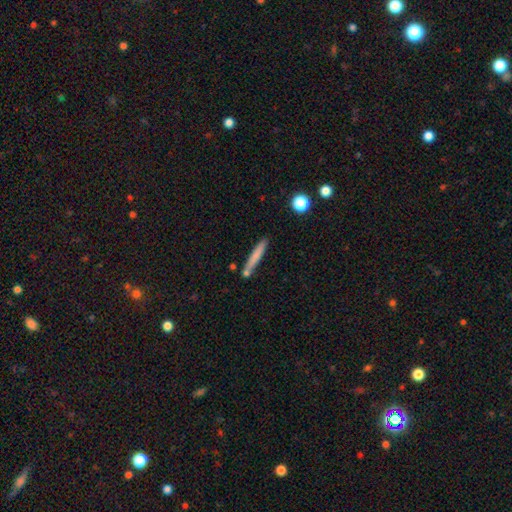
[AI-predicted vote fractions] Morphology: type=smooth (71%); roundness=cigar-shaped (94%); merging=none (75%).